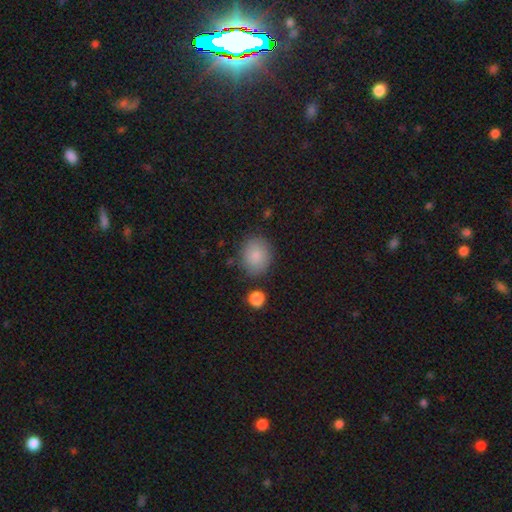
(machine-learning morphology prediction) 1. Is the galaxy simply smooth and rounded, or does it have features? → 86% smooth, 8% star or artifact, 7% featured or disk.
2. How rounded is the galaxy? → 69% round, 30% in between, 1% cigar-shaped.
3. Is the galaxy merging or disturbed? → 81% none, 12% minor disturbance, 4% major disturbance, 4% merger.